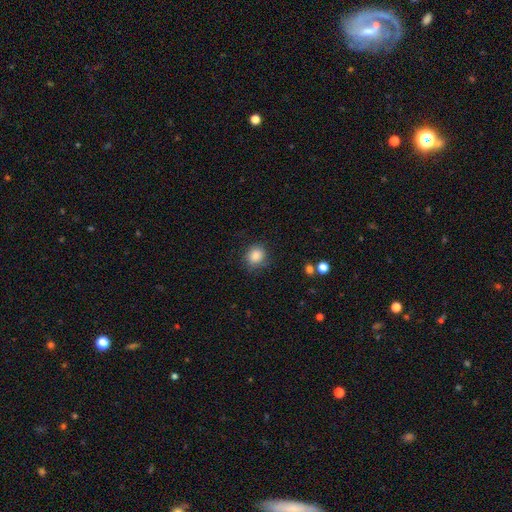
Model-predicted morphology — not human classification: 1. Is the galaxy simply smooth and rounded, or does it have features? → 85% smooth, 9% star or artifact, 6% featured or disk.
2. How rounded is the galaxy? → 82% round, 17% in between, 1% cigar-shaped.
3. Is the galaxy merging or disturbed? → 79% none, 15% minor disturbance, 5% major disturbance, 1% merger.